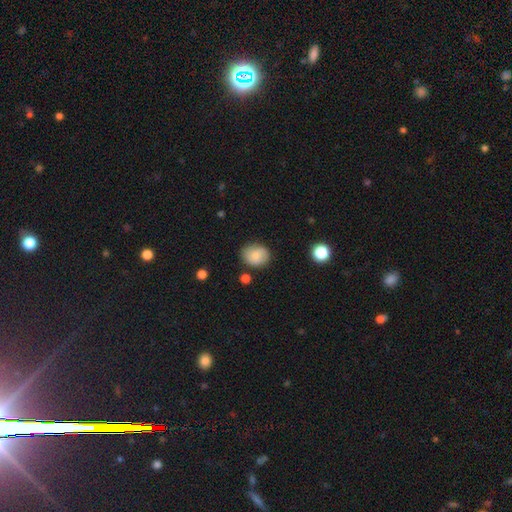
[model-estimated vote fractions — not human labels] smooth_or_featured: smooth (p=0.80) [alt: featured or disk p=0.11]
how_rounded: round (p=0.60) [alt: in between p=0.39]
merging: none (p=0.77) [alt: minor disturbance p=0.16]